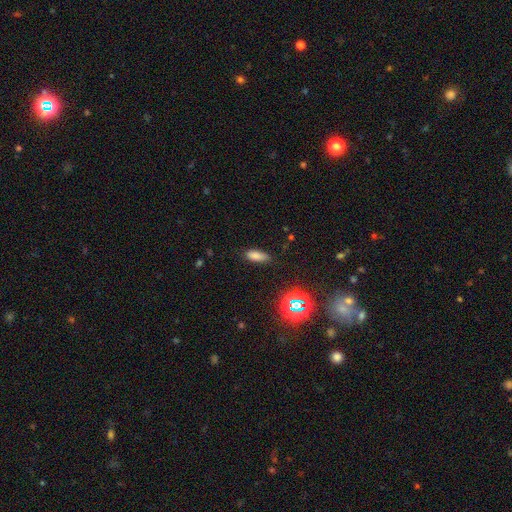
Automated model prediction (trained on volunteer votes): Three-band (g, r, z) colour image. It shows a smooth galaxy with no disk features (77%) that is in between round and cigar-shaped (73%). Merging: none (79%).